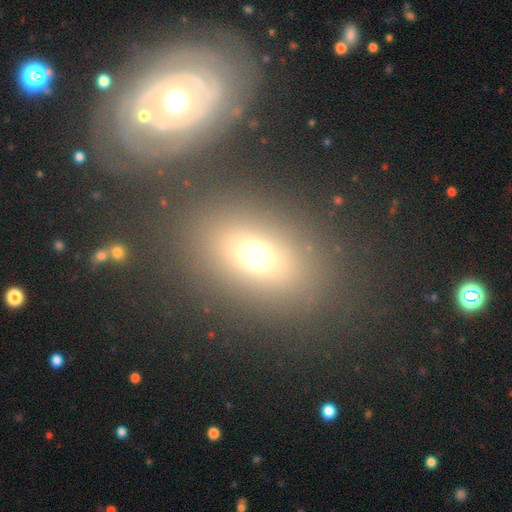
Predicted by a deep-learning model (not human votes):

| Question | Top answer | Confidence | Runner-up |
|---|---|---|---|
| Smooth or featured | smooth | 61% | featured or disk (22%) |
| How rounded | in between | 72% | round (25%) |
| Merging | none | 77% | minor disturbance (10%) |